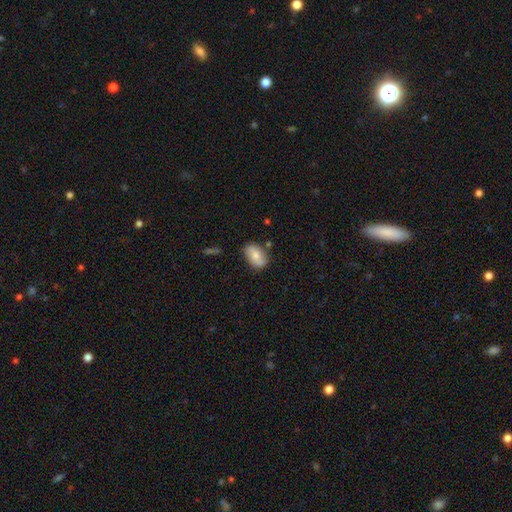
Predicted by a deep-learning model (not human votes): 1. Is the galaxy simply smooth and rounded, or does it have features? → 68% smooth, 25% featured or disk, 7% star or artifact.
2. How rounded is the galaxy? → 87% in between, 11% round, 2% cigar-shaped.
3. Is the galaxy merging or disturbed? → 73% none, 19% minor disturbance, 4% merger, 4% major disturbance.